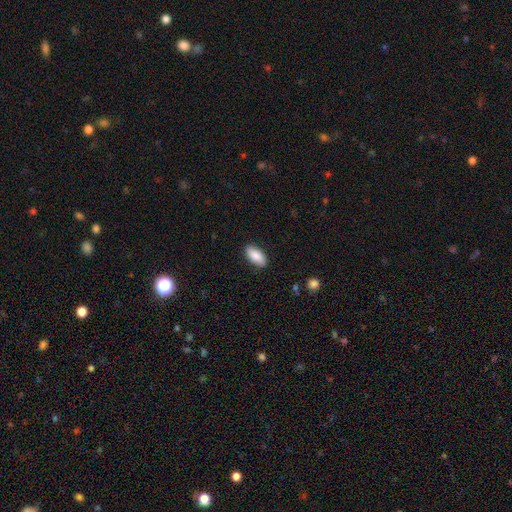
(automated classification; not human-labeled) This is clearly a smooth galaxy (86%). How rounded: clearly in between (91%). Merging: clearly none (87%).